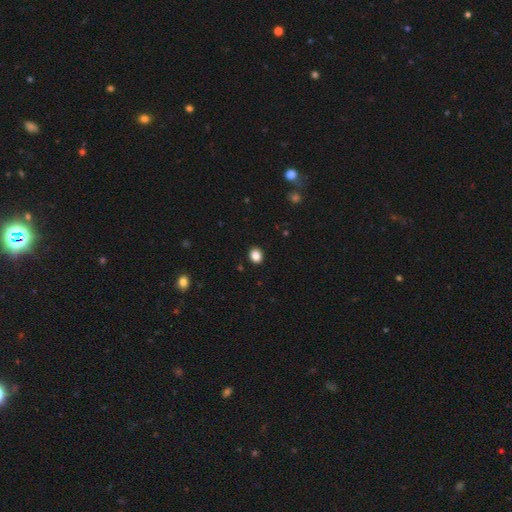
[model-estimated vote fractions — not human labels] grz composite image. It shows a smooth galaxy with no disk features (87%) that is round (65%). Merging: none (92%).